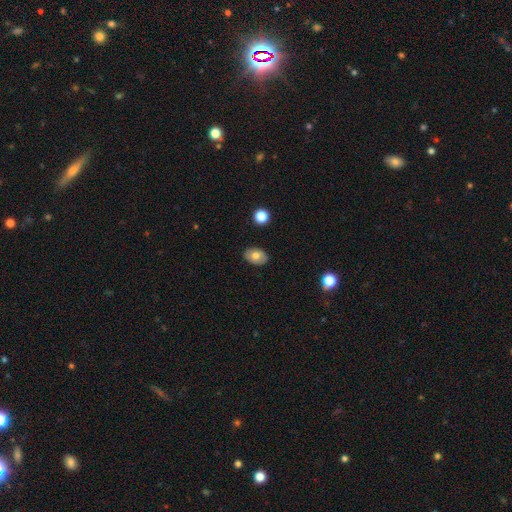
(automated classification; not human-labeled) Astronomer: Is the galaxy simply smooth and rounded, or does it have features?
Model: smooth — 71%.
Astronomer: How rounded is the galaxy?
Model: in between — 82%.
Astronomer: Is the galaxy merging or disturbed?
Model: none — 87%.